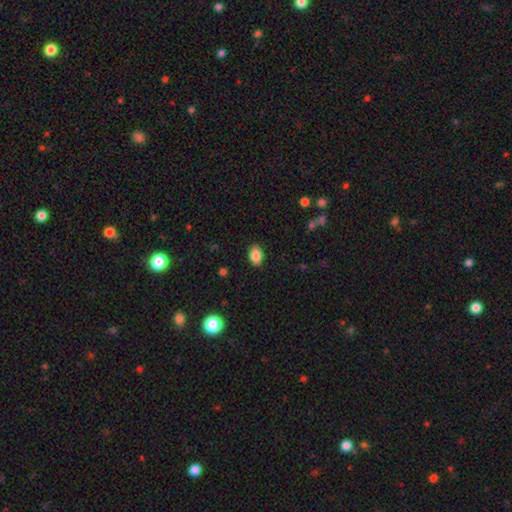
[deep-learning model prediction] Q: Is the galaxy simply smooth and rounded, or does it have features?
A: smooth — 85%.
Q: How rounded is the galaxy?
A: in between — 85%.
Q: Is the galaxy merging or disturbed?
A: none — 86%.